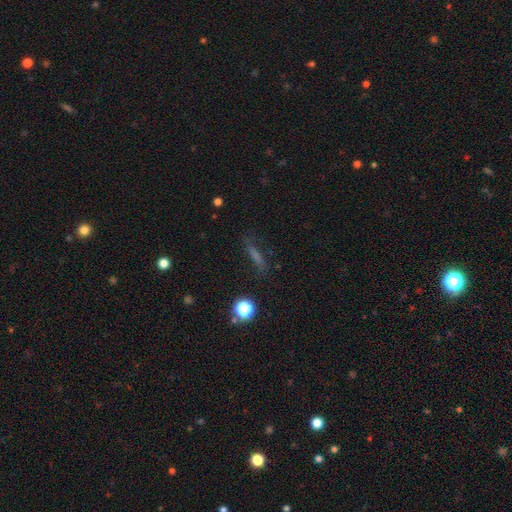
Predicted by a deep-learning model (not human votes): smooth 49%, featured or disk 28%, star or artifact 24%. Down the decision tree: merging — none (75%).